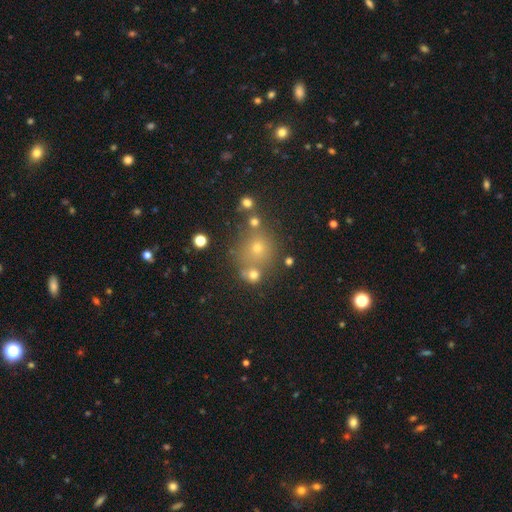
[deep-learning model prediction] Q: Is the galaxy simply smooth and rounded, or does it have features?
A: smooth — 51%.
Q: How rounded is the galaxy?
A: round — 87%.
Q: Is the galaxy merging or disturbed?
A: none — 63%.